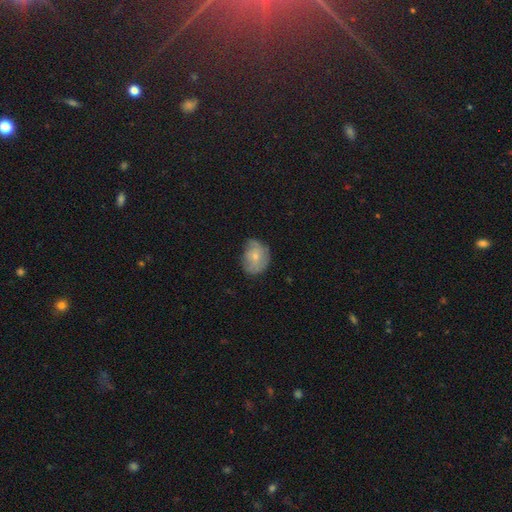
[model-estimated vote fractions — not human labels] This appears to be a smooth galaxy with no disk features (56%) that is in between round and cigar-shaped (52%). Merging: none (52%).